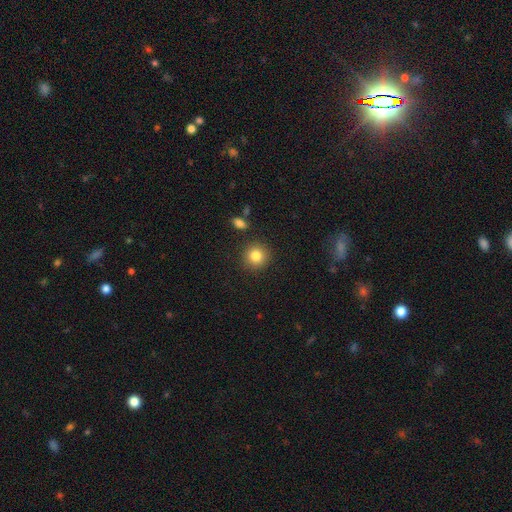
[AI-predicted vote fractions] Smooth or featured: smooth — 83% (star or artifact — 10%)
How rounded: round — 92% (in between — 7%)
Merging: none — 88% (minor disturbance — 7%)